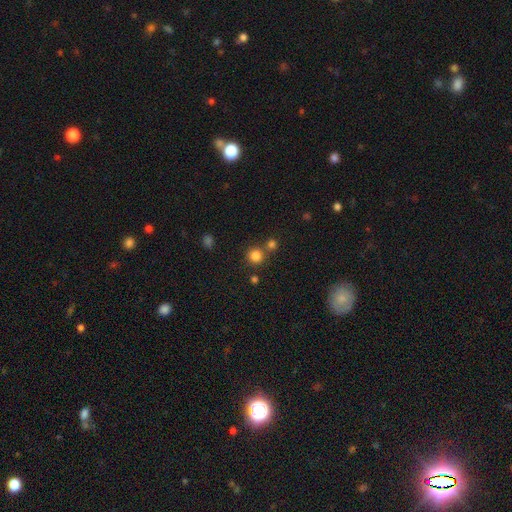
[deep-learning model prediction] The model was most divided on "merging": none: 72%, merger: 18%, minor disturbance: 7%, major disturbance: 3%. More confident: how rounded — round (93%); smooth or featured — smooth (81%).